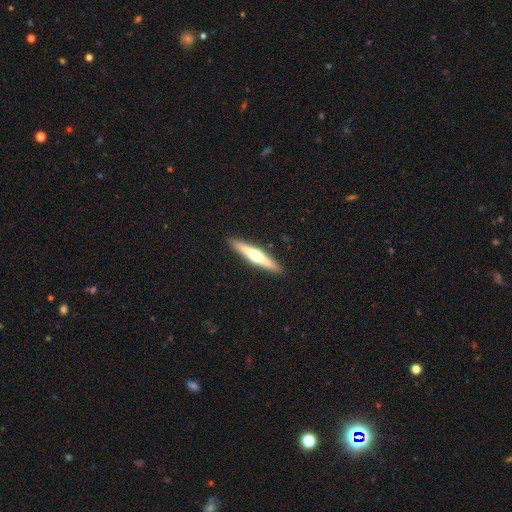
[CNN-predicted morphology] This appears to be a featured or disk galaxy (62%) viewed edge-on (97%) with a rounded central bulge (91%). Merging: none (91%).